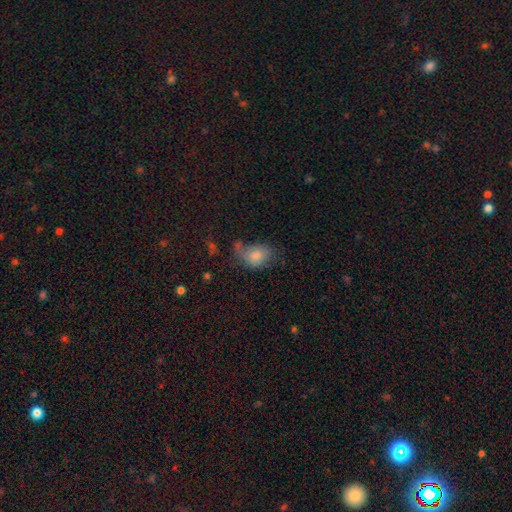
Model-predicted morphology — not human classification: A smooth galaxy with no disk features (74%) that is in between round and cigar-shaped (75%).

Vote fractions:
- Smooth or featured? smooth: 74% / featured or disk: 17% / star or artifact: 10%
- How rounded? in between: 75% / round: 23% / cigar-shaped: 1%
- Merging? none: 31% / major disturbance: 30% / minor disturbance: 28% / merger: 12%